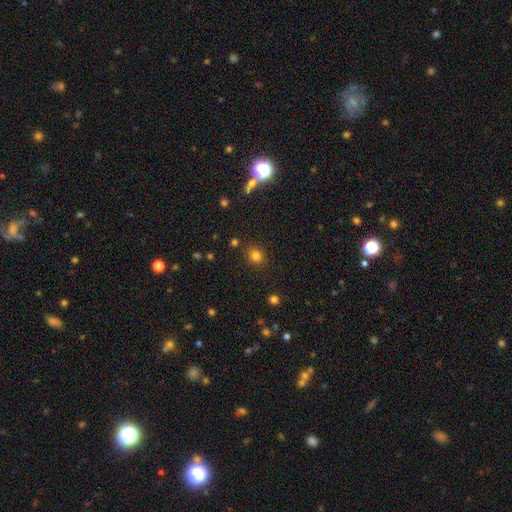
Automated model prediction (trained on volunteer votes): Overall: smooth (79%). How rounded: round (77%). Merging: none (86%).